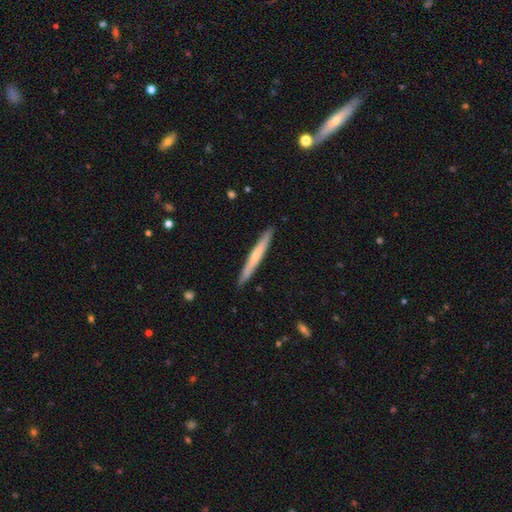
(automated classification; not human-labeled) smooth 50%, featured or disk 45%, star or artifact 5%. Down the decision tree: merging — none (90%).